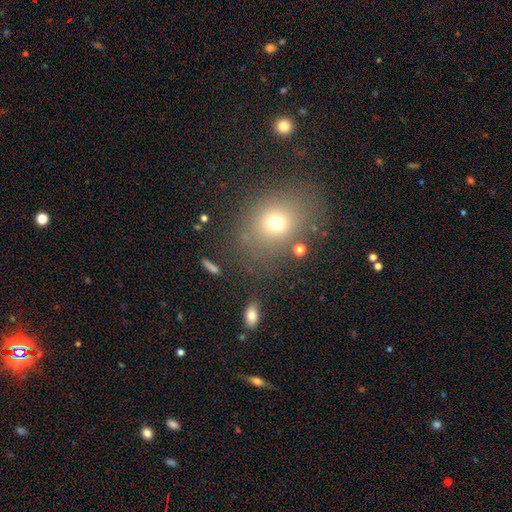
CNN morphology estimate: A smooth galaxy with no disk features (62%) that is round (50%). Merging: none (79%).